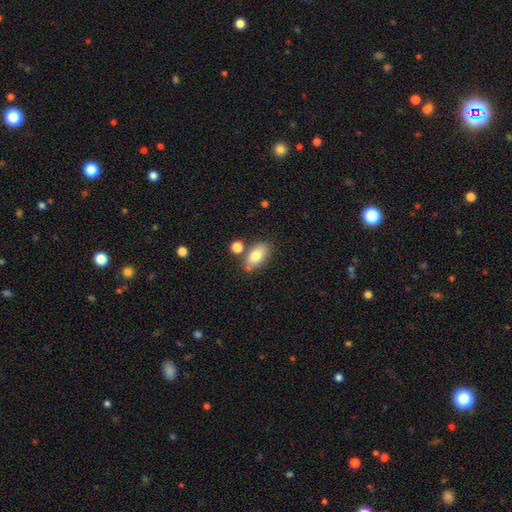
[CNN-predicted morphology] Smooth or featured? smooth (80%)
How rounded? in between (89%)
Merging? none (69%)